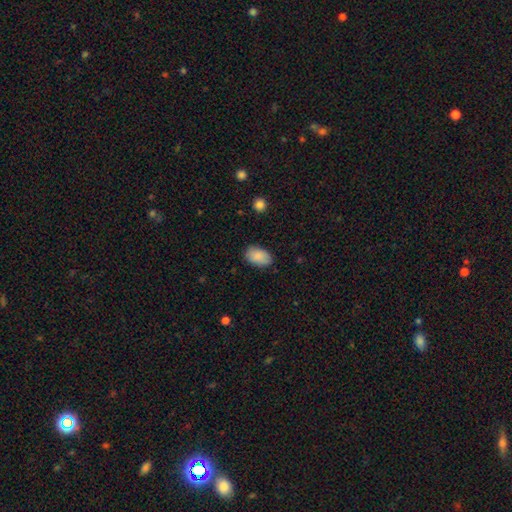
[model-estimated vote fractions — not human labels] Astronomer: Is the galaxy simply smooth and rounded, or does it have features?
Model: smooth — 88%.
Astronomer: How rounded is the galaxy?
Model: in between — 91%.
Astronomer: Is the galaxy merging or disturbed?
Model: none — 84%.